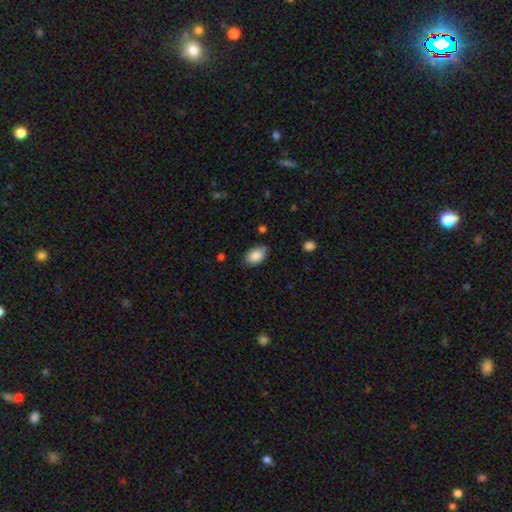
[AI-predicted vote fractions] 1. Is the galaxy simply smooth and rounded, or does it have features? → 87% smooth, 7% star or artifact, 6% featured or disk.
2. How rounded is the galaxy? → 90% in between, 8% round, 1% cigar-shaped.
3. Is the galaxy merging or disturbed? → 76% none, 19% minor disturbance, 3% major disturbance, 1% merger.